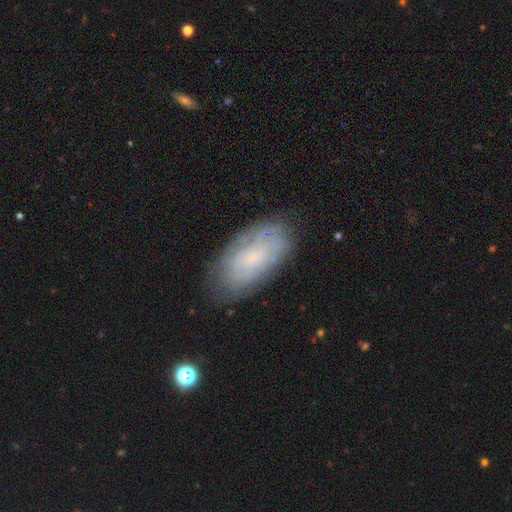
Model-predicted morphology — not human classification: Smooth or featured: featured or disk — 50% (smooth — 40%)
Edge-on disk: no — 91% (yes — 9%)
Merging: none — 77% (minor disturbance — 17%)